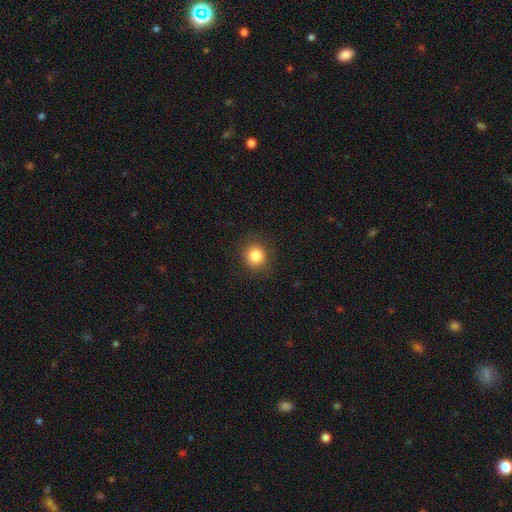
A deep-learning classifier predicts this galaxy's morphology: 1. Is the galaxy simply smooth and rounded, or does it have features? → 84% smooth, 11% star or artifact, 6% featured or disk.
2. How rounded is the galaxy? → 90% round, 9% in between, 1% cigar-shaped.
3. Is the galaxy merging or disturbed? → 89% none, 7% minor disturbance, 3% major disturbance, 1% merger.